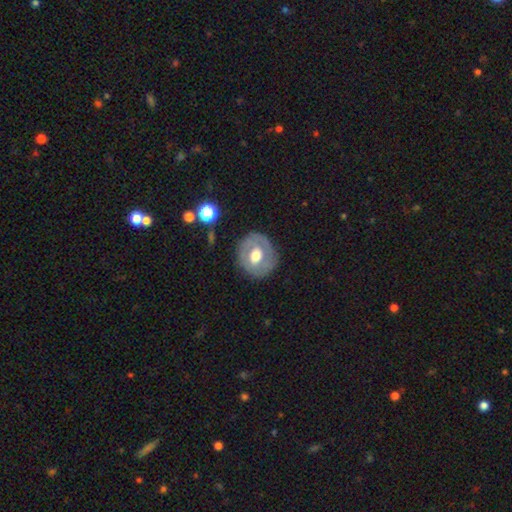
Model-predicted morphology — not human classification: smooth_or_featured: featured or disk (p=0.58) [alt: smooth p=0.36]
disk_edge_on: no (p=0.96) [alt: yes p=0.04]
bar: no (p=0.64) [alt: weak p=0.27]
has_spiral_arms: no (p=0.61) [alt: yes p=0.39]
bulge_size: moderate (p=0.63) [alt: large p=0.30]
merging: none (p=0.79) [alt: minor disturbance p=0.14]